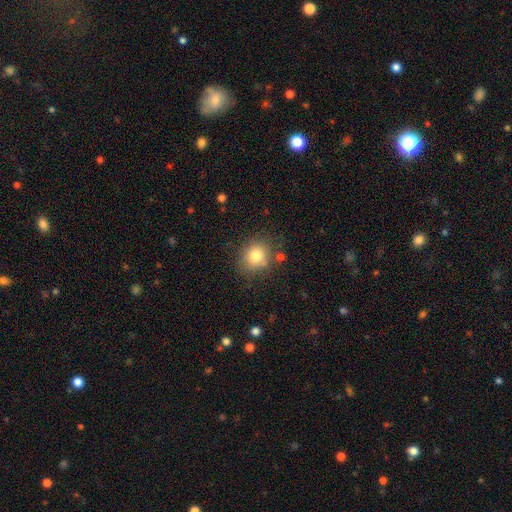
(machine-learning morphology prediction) A smooth galaxy with no disk features (80%) that is round (76%). Merging: none (78%).